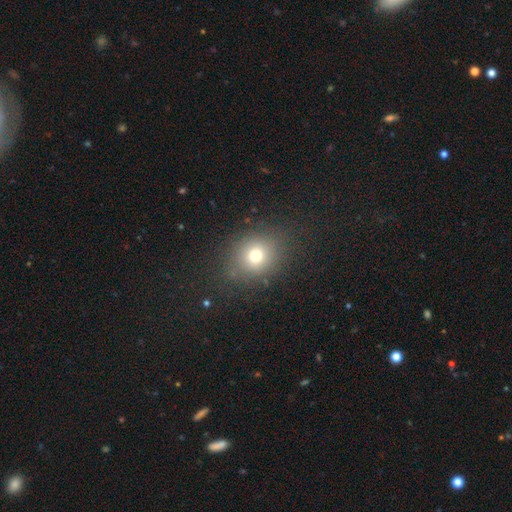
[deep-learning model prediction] A smooth galaxy with no disk features (71%) that is round (69%).

Vote fractions:
- Smooth or featured? smooth: 71% / star or artifact: 17% / featured or disk: 12%
- How rounded? round: 69% / in between: 30% / cigar-shaped: 1%
- Merging? none: 81% / minor disturbance: 12% / major disturbance: 6% / merger: 1%